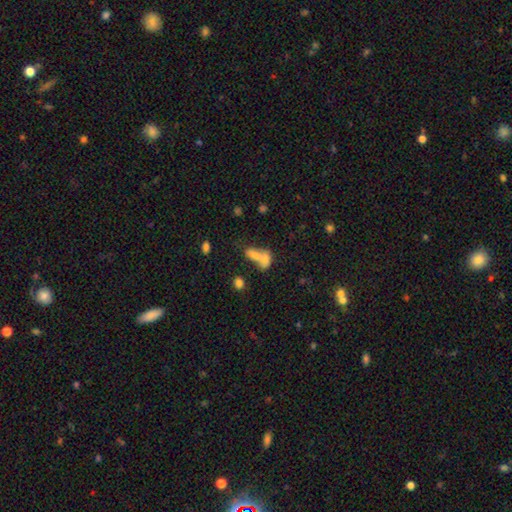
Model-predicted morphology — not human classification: Overall: smooth (72%). How rounded: in between (79%). Merging: merger (68%).